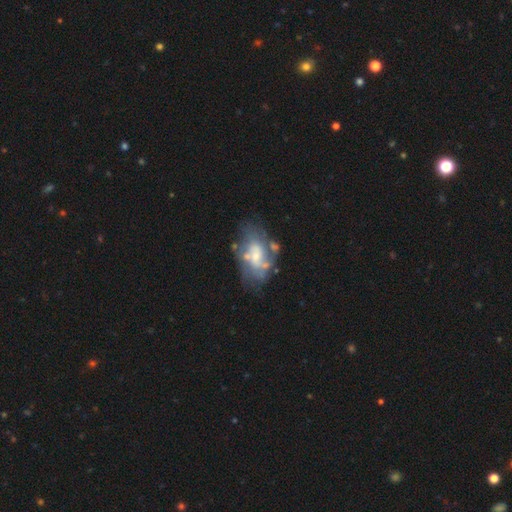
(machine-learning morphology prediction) Smooth or featured?
  - featured or disk: 68% *
  - smooth: 24%
  - star or artifact: 9%
Edge-on disk?
  - no: 97% *
  - yes: 3%
Bar?
  - no: 67% *
  - weak: 27%
  - strong: 6%
Spiral arms?
  - yes: 52% *
  - no: 48%
Bulge size?
  - small: 52% *
  - moderate: 31%
  - none: 12%
  - large: 4%
  - dominant: 1%
Merging?
  - none: 40% *
  - major disturbance: 23%
  - minor disturbance: 22%
  - merger: 14%